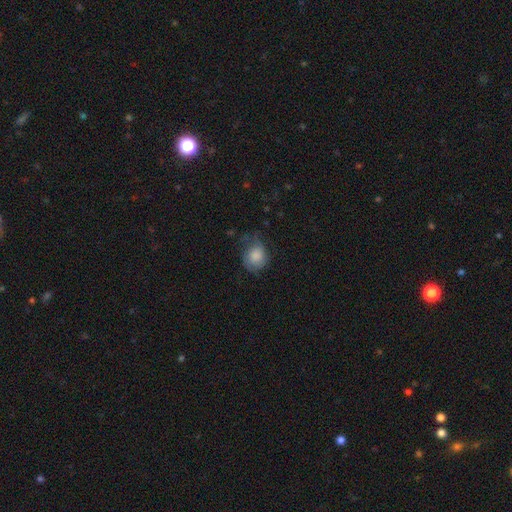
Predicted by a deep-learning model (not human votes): Smooth or featured? Predicted: smooth (p=0.76). How rounded? Predicted: round (p=0.65). Merging? Predicted: none (p=0.47).